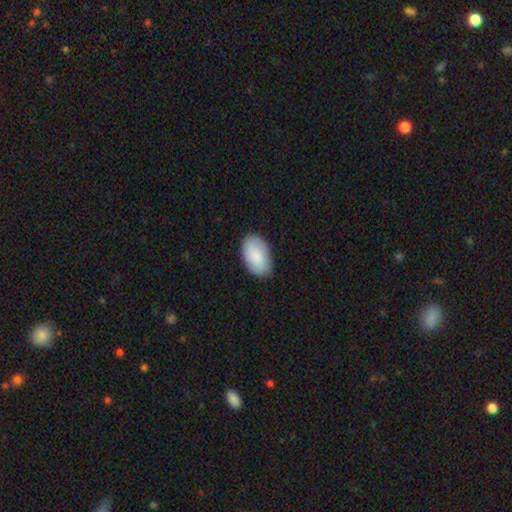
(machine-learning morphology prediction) Overall: smooth (86%). How rounded: in between (93%). Merging: none (84%).